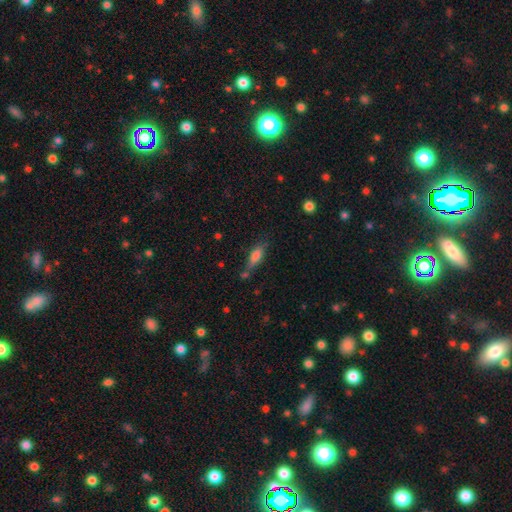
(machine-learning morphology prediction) type=smooth (78%); roundness=in between (64%); merging=none (58%).